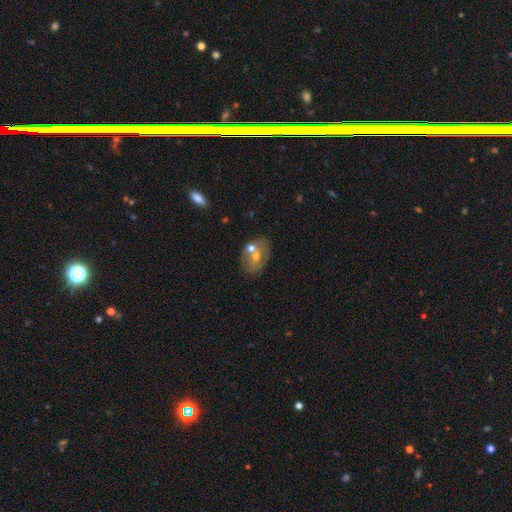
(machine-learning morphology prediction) A featured or disk galaxy (48%). Merging: none (49%).